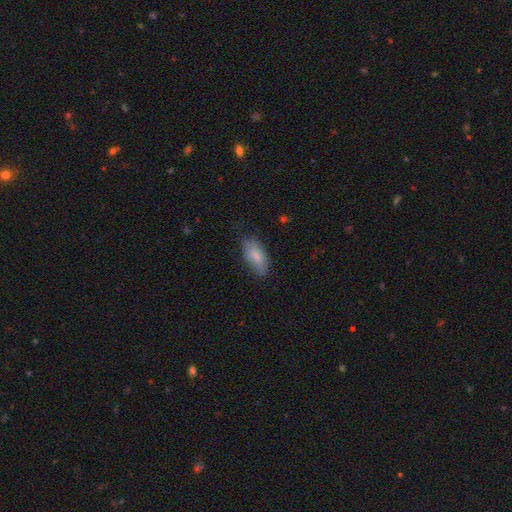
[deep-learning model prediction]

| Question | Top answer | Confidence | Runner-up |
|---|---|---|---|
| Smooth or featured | smooth | 81% | featured or disk (12%) |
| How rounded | in between | 86% | cigar-shaped (12%) |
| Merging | none | 72% | minor disturbance (22%) |